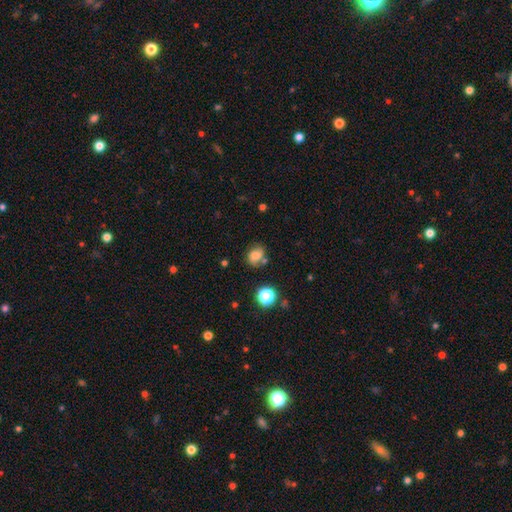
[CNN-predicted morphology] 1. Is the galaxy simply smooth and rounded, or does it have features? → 73% smooth, 14% star or artifact, 13% featured or disk.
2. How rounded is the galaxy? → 51% in between, 47% round, 1% cigar-shaped.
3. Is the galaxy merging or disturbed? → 59% none, 22% minor disturbance, 12% merger, 7% major disturbance.